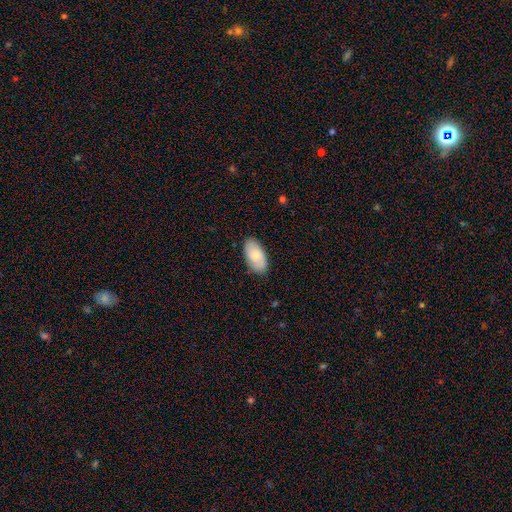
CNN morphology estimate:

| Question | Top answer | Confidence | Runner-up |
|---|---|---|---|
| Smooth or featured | smooth | 77% | featured or disk (18%) |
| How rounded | in between | 95% | round (3%) |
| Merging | none | 83% | minor disturbance (14%) |